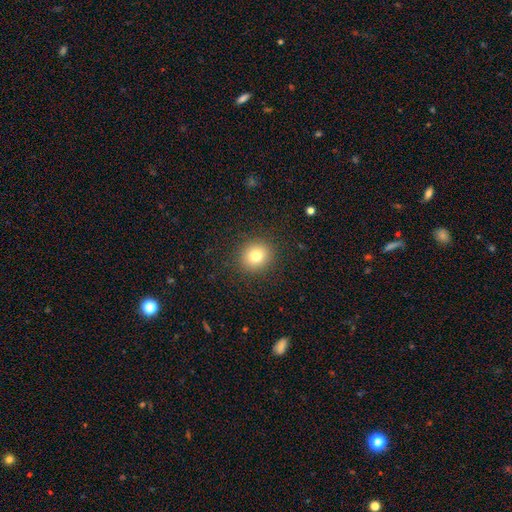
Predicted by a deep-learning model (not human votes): smooth 78%, star or artifact 12%, featured or disk 10%. Down the decision tree: how rounded — round (88%); merging — none (90%).